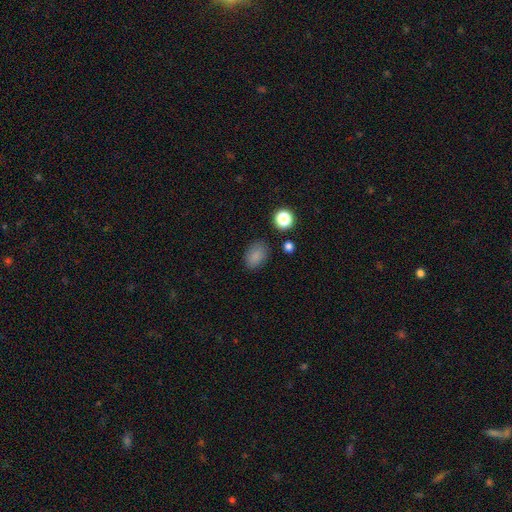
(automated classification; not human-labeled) Overall: smooth (84%). How rounded: in between (80%). Merging: none (81%).